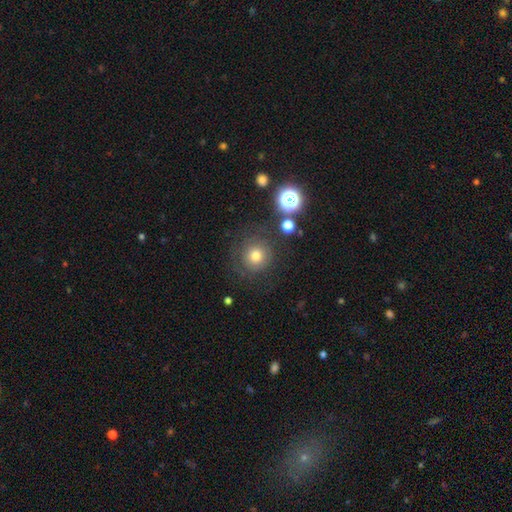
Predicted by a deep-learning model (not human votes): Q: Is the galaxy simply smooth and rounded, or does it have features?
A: smooth — 74%.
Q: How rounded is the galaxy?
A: round — 93%.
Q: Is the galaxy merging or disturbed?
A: none — 78%.